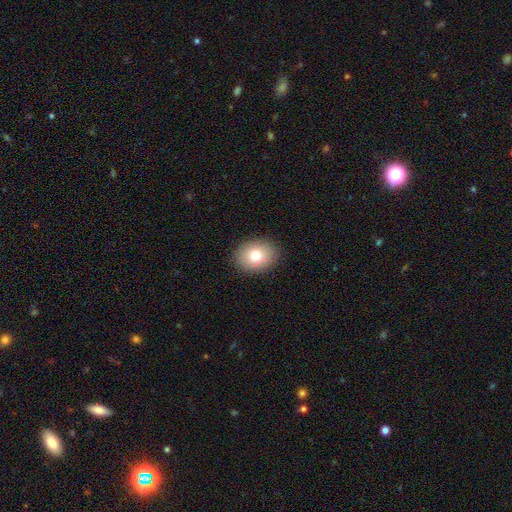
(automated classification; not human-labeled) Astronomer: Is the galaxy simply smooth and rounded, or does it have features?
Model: smooth — 79%.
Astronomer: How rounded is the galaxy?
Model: in between — 61% (runner-up: round, 38%).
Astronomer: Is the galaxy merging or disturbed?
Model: none — 89%.